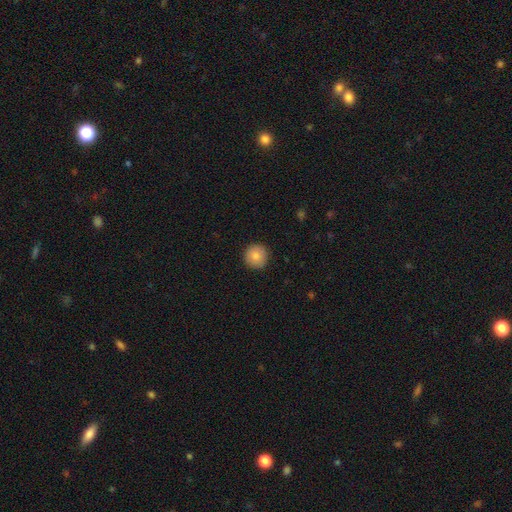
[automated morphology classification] This is clearly a smooth galaxy (86%). How rounded: clearly round (95%). Merging: clearly none (92%).